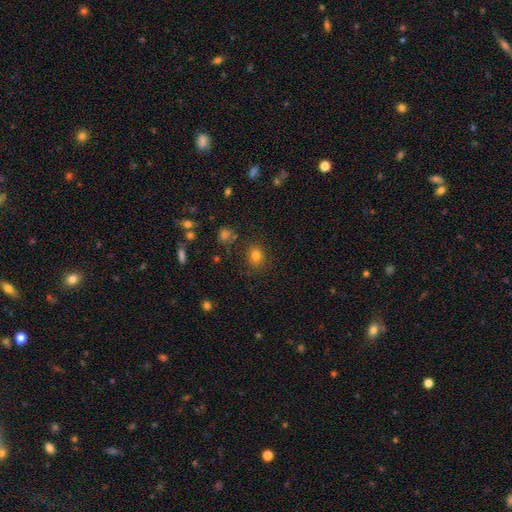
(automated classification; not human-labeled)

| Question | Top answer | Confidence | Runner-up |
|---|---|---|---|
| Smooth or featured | smooth | 80% | star or artifact (14%) |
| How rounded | round | 62% | in between (37%) |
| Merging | none | 84% | minor disturbance (10%) |